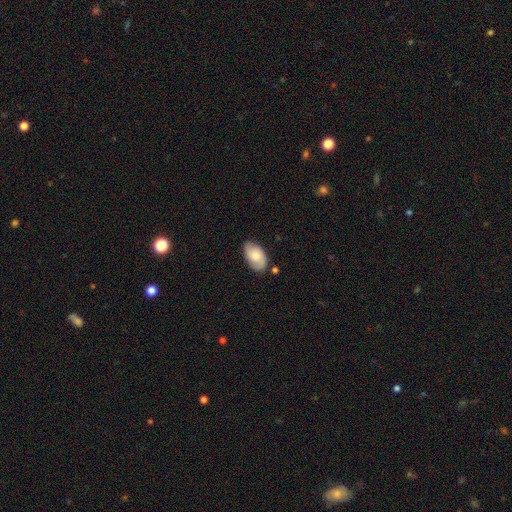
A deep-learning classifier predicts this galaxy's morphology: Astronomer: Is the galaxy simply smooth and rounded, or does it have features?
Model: smooth — 66%.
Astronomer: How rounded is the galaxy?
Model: in between — 94%.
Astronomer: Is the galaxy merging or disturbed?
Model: none — 72%.